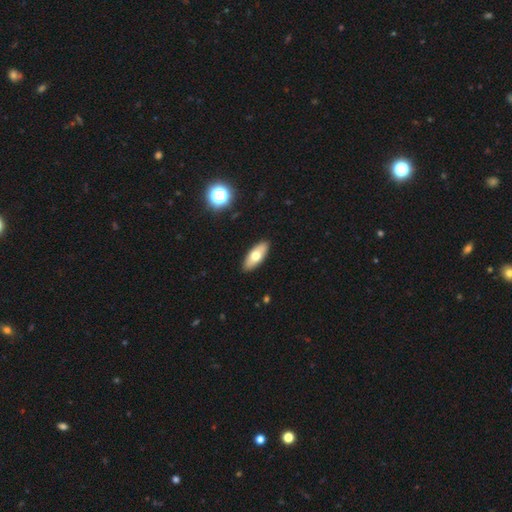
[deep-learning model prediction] The model was most divided on "smooth or featured": smooth: 66%, featured or disk: 27%, star or artifact: 7%. More confident: merging — none (91%); how rounded — in between (78%).